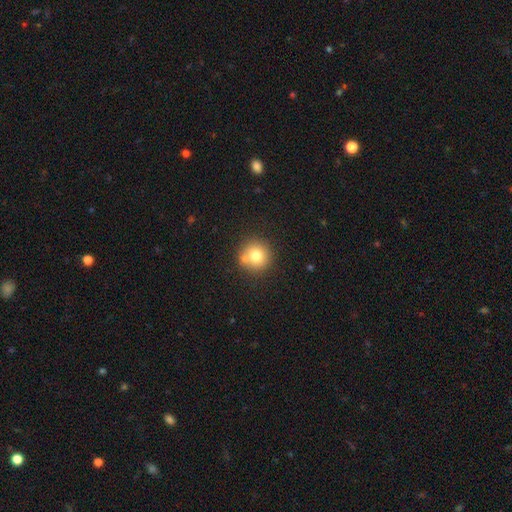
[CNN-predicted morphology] Smooth or featured?
  - smooth: 76% *
  - featured or disk: 13%
  - star or artifact: 11%
How rounded?
  - round: 92% *
  - in between: 7%
  - cigar-shaped: 1%
Merging?
  - none: 71% *
  - merger: 14%
  - minor disturbance: 11%
  - major disturbance: 3%